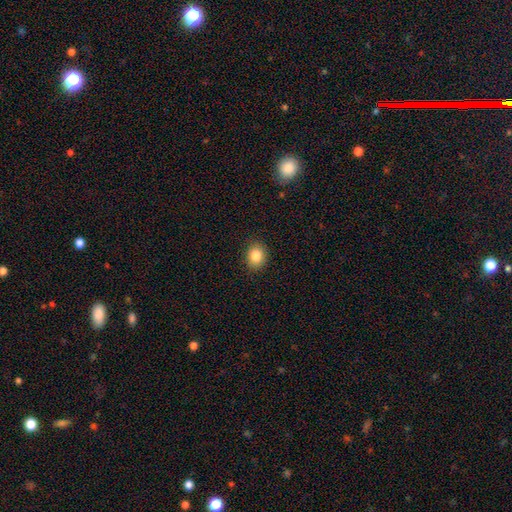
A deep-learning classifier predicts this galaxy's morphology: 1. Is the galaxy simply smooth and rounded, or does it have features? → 84% smooth, 10% star or artifact, 6% featured or disk.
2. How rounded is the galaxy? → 57% round, 42% in between, 1% cigar-shaped.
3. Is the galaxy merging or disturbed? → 89% none, 8% minor disturbance, 2% major disturbance, 1% merger.